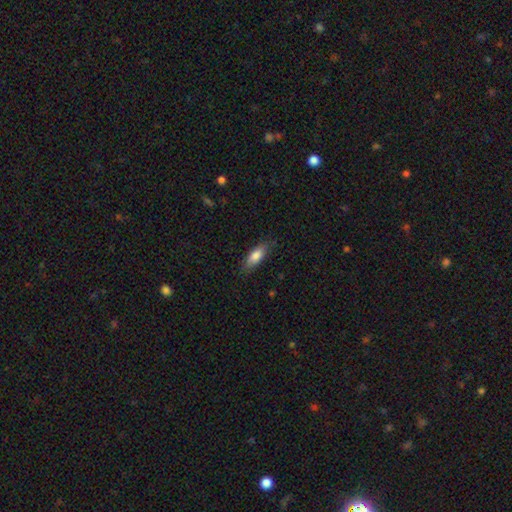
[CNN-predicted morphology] smooth-or-featured: smooth: 81% | featured or disk: 13% | star or artifact: 7%
  how-rounded: in between: 65% | cigar-shaped: 33% | round: 2%
  merging: none: 81% | minor disturbance: 15% | major disturbance: 3% | merger: 1%